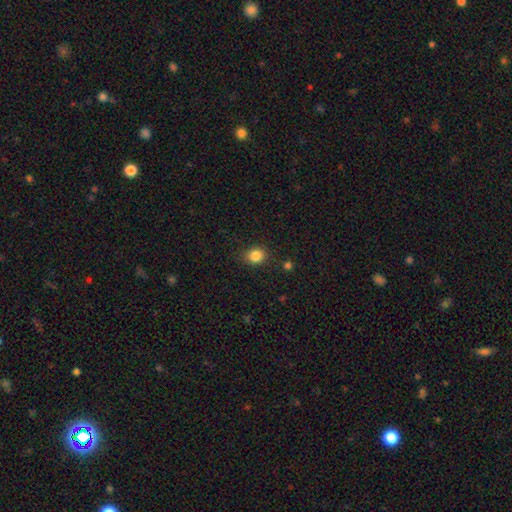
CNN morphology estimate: smooth_or_featured: smooth (p=0.84) [alt: star or artifact p=0.11]
how_rounded: round (p=0.66) [alt: in between p=0.33]
merging: none (p=0.85) [alt: minor disturbance p=0.11]